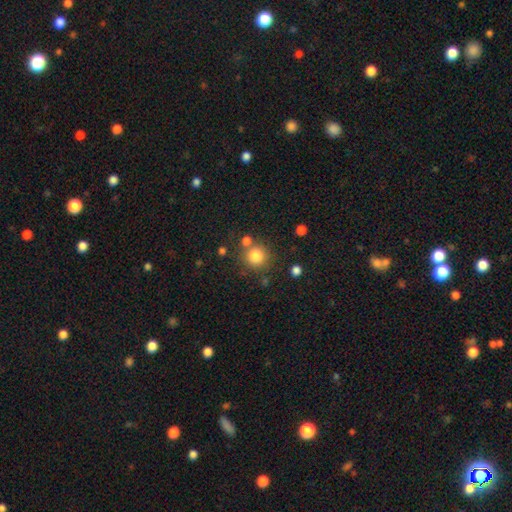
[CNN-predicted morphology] smooth_or_featured: smooth (p=0.82) [alt: star or artifact p=0.12]
how_rounded: round (p=0.93) [alt: in between p=0.06]
merging: none (p=0.75) [alt: merger p=0.12]